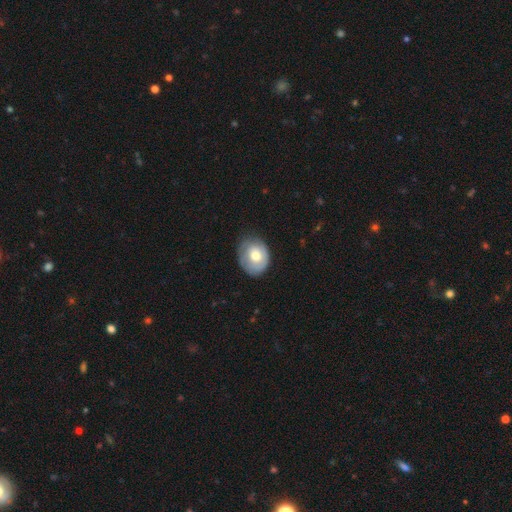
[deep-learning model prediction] Smooth or featured? Predicted: smooth (p=0.55). How rounded? Predicted: round (p=0.54). Merging? Predicted: none (p=0.67).